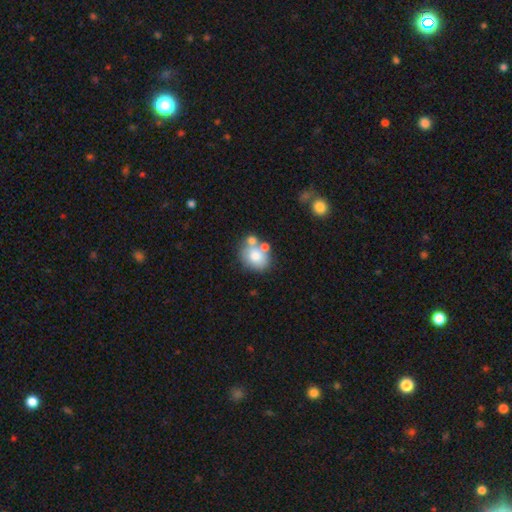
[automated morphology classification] Smooth or featured?
  - smooth: 73% *
  - featured or disk: 18%
  - star or artifact: 9%
How rounded?
  - round: 51% *
  - in between: 48%
  - cigar-shaped: 1%
Merging?
  - none: 49% *
  - merger: 29%
  - minor disturbance: 15%
  - major disturbance: 6%